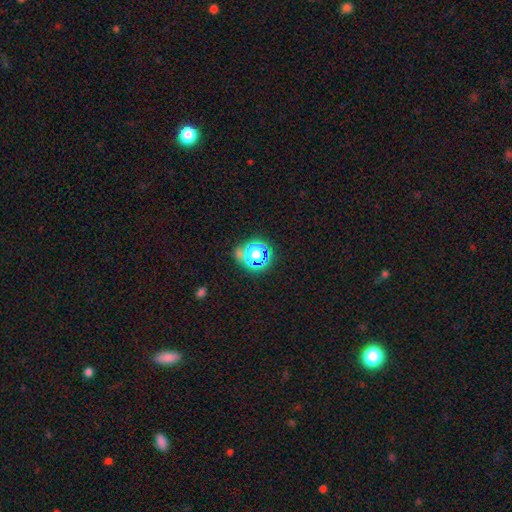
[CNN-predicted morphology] A smooth galaxy with no disk features (48%). Merging: none (62%).